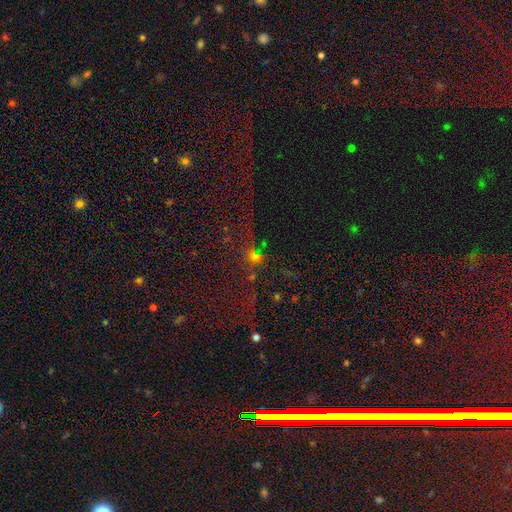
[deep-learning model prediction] star or artifact 55%, smooth 33%, featured or disk 12%.